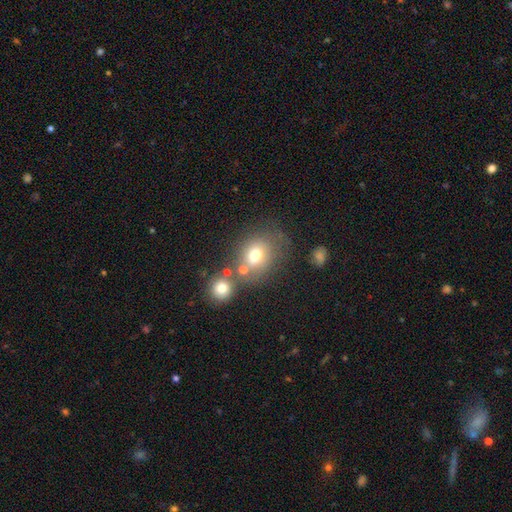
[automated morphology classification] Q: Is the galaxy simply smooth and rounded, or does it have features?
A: smooth — 72%.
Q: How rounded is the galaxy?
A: round — 55%.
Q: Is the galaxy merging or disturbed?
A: none — 51%.